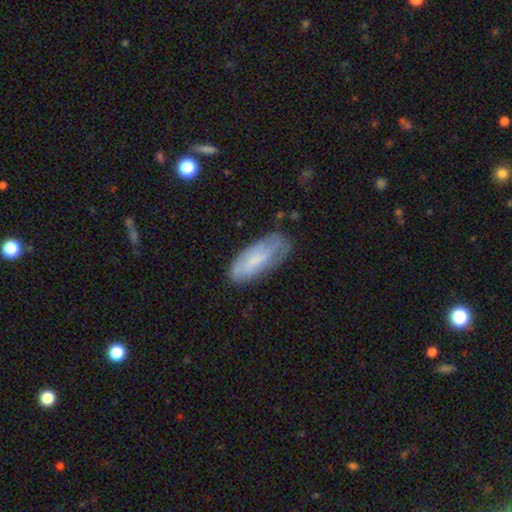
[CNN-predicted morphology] This appears to be a smooth galaxy with no disk features (52%) that is in between round and cigar-shaped (72%). Merging: none (72%).